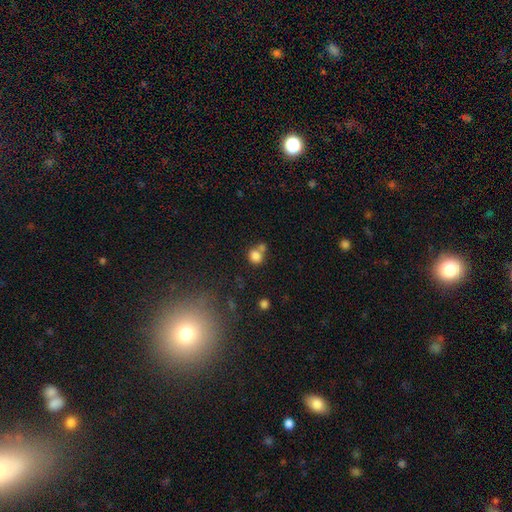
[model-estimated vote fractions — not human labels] Smooth or featured: smooth — 81% (star or artifact — 12%)
How rounded: round — 80% (in between — 19%)
Merging: none — 49% (merger — 36%)